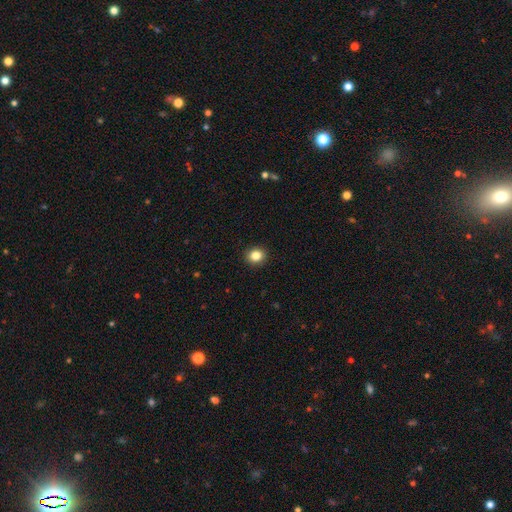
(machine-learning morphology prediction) Q: Smooth or featured?
A: smooth (84%); runner-up: star or artifact (11%)
Q: How rounded?
A: round (79%); runner-up: in between (21%)
Q: Merging?
A: none (92%); runner-up: minor disturbance (5%)